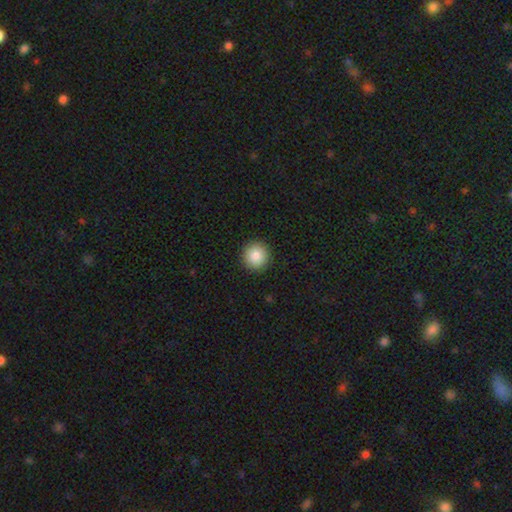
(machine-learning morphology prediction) Smooth or featured: smooth — 87% (star or artifact — 8%)
How rounded: round — 94% (in between — 5%)
Merging: none — 93% (minor disturbance — 5%)